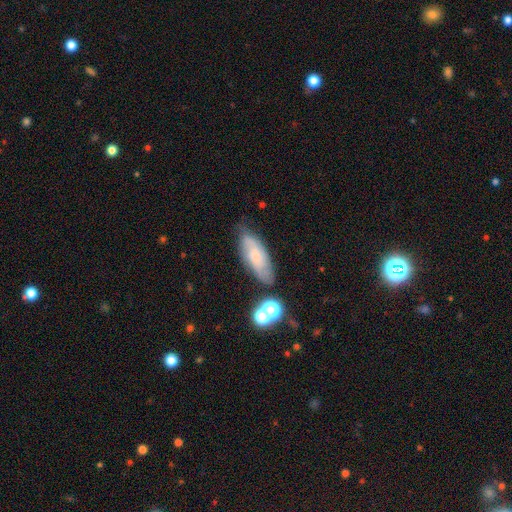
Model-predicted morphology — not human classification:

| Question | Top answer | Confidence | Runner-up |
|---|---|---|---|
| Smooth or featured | featured or disk | 48% | smooth (42%) |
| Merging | none | 69% | minor disturbance (20%) |